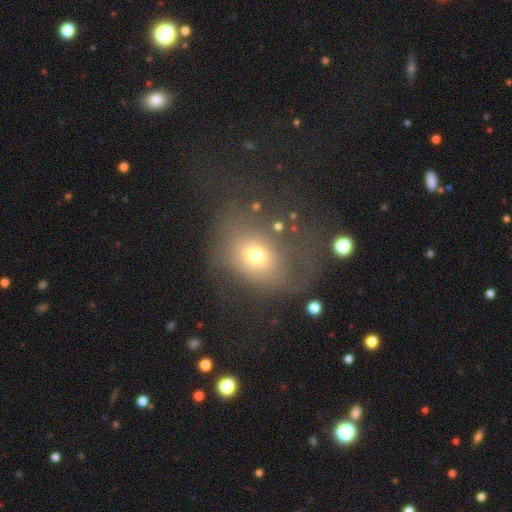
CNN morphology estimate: Q: Smooth or featured?
A: smooth (65%); runner-up: featured or disk (19%)
Q: How rounded?
A: in between (52%); runner-up: round (46%)
Q: Merging?
A: none (43%); runner-up: major disturbance (33%)